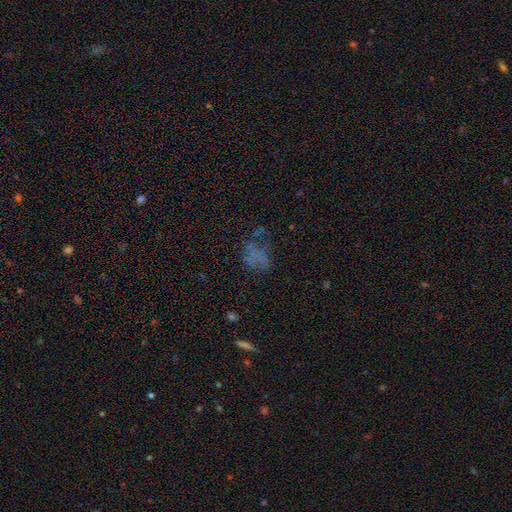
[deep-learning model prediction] Smooth or featured? smooth (42%)
Merging? none (45%)